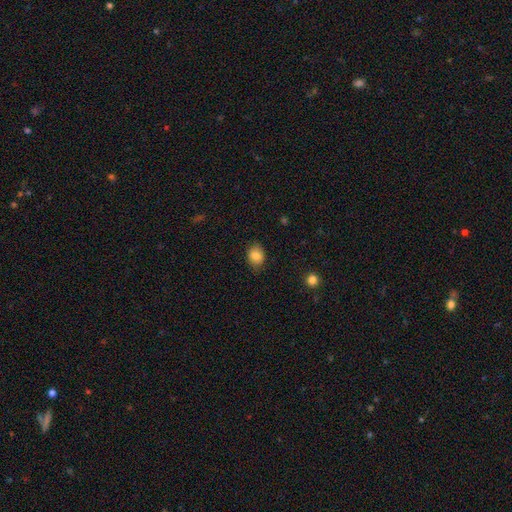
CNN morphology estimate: The model was most divided on "how rounded": in between: 55%, round: 44%, cigar-shaped: 1%. More confident: smooth or featured — smooth (83%); merging — none (79%).